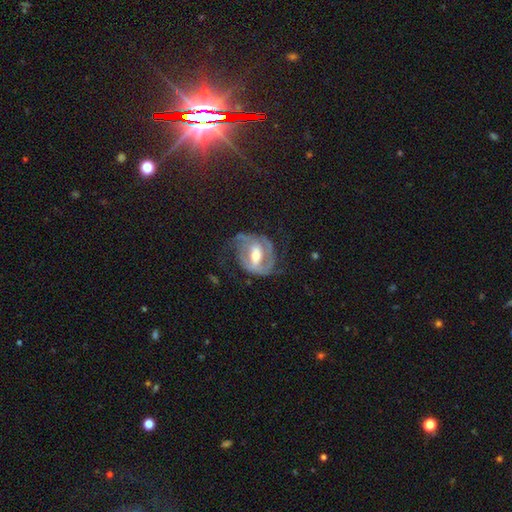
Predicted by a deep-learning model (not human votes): A featured or disk galaxy (80%) with a weak bar (42%), 2 (65%) medium (42%) spiral arms (85%) and a moderate central bulge (67%).

Vote fractions:
- Smooth or featured? featured or disk: 80% / smooth: 14% / star or artifact: 7%
- Edge-on disk? no: 96% / yes: 4%
- Bar? weak: 42% / strong: 40% / no: 18%
- Spiral arms? yes: 85% / no: 15%
- Spiral winding? medium: 42% / tight: 41% / loose: 17%
- Spiral arm count? 2: 65% / can't tell: 17% / 1: 8% / 3: 6% / 4: 2% / more than 4: 2%
- Bulge size? moderate: 67% / small: 21% / large: 9% / none: 2% / dominant: 1%
- Merging? none: 52% / minor disturbance: 24% / major disturbance: 23% / merger: 2%